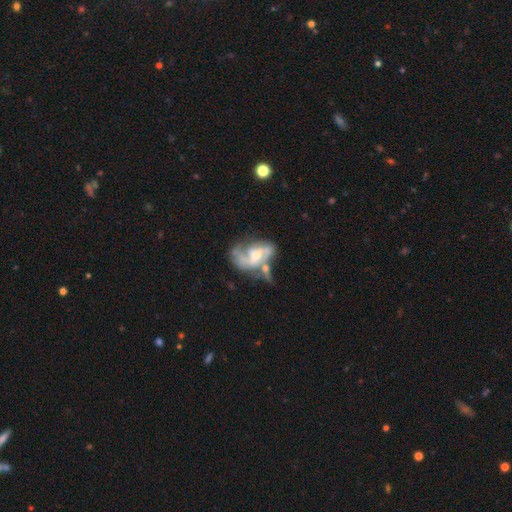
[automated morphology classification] smooth-or-featured: featured or disk: 80% | smooth: 14% | star or artifact: 6%
  disk-edge-on: no: 97% | yes: 3%
    bar: no: 44% | weak: 42% | strong: 14%
    has-spiral-arms: yes: 87% | no: 13%
      spiral-winding: medium: 44% | loose: 37% | tight: 19%
      spiral-arm-count: 2: 65% | can't tell: 14% | 1: 9% | 3: 8% | 4: 2% | more than 4: 2%
    bulge-size: moderate: 53% | small: 36% | large: 5% | none: 5% | dominant: 1%
  merging: merger: 28% | none: 27% | major disturbance: 25% | minor disturbance: 19%